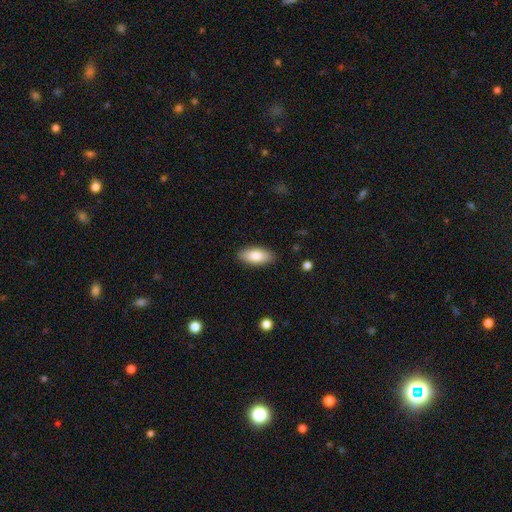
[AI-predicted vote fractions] smooth 83%, featured or disk 11%, star or artifact 6%. Down the decision tree: how rounded — in between (85%); merging — none (88%).